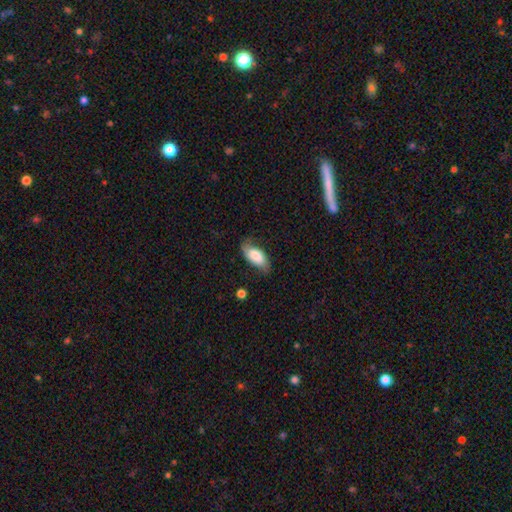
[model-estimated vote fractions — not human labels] Q: Smooth or featured?
A: smooth (69%); runner-up: featured or disk (25%)
Q: How rounded?
A: in between (91%); runner-up: cigar-shaped (6%)
Q: Merging?
A: none (63%); runner-up: minor disturbance (27%)